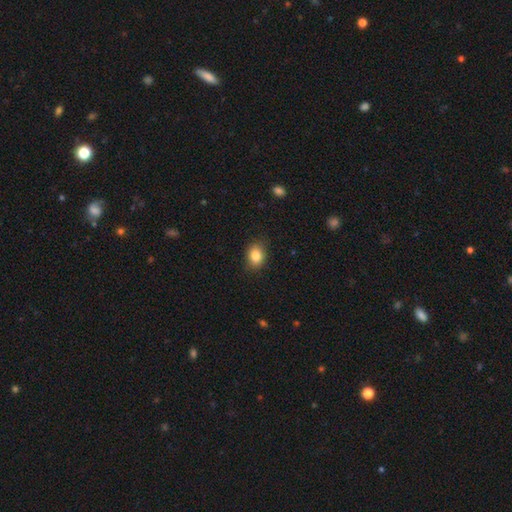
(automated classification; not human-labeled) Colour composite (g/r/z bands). It shows a smooth galaxy with no disk features (84%) that is in between round and cigar-shaped (63%). Merging: none (85%).